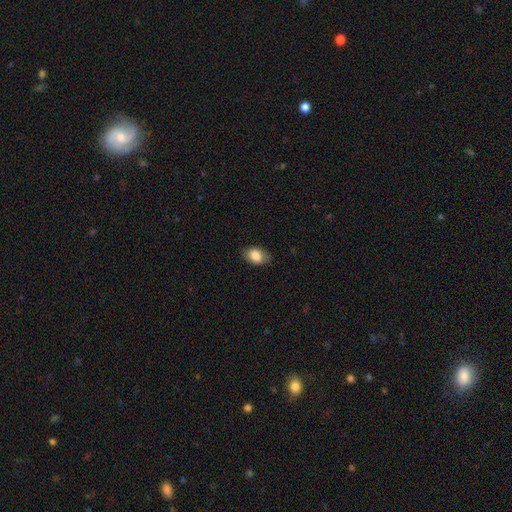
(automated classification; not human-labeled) smooth_or_featured: smooth (p=0.82) [alt: featured or disk p=0.11]
how_rounded: in between (p=0.88) [alt: round p=0.10]
merging: none (p=0.84) [alt: minor disturbance p=0.13]